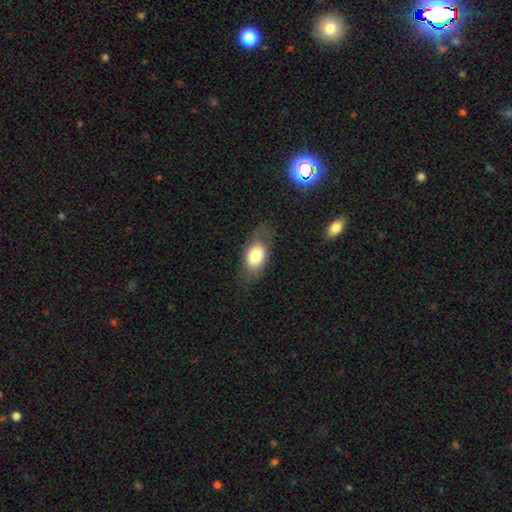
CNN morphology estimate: This is likely a smooth galaxy (72%). How rounded: clearly in between (82%). Merging: likely none (72%).